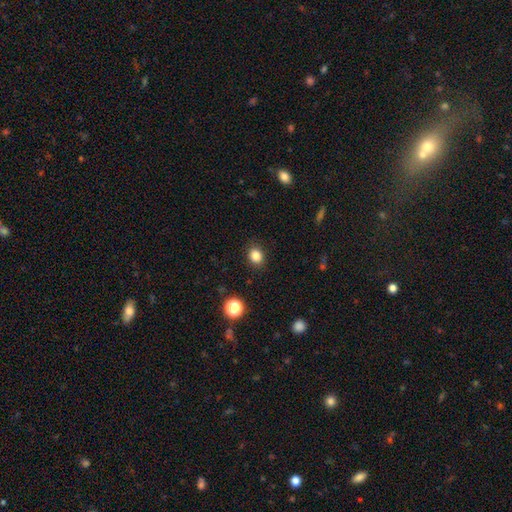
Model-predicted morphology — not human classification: smooth 84%, star or artifact 12%, featured or disk 4%. Down the decision tree: how rounded — round (58%); merging — none (89%).